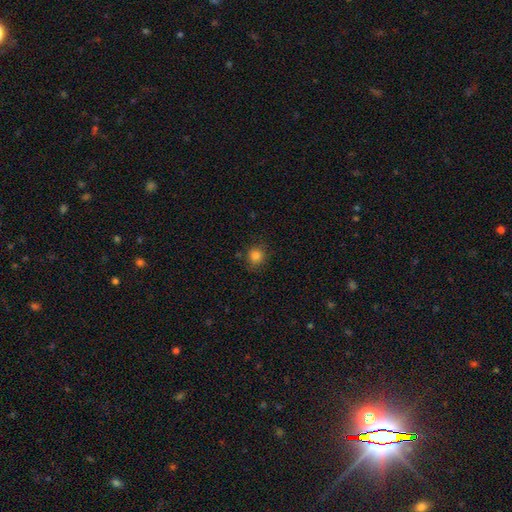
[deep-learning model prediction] Smooth or featured? smooth (83%)
How rounded? round (86%)
Merging? none (83%)